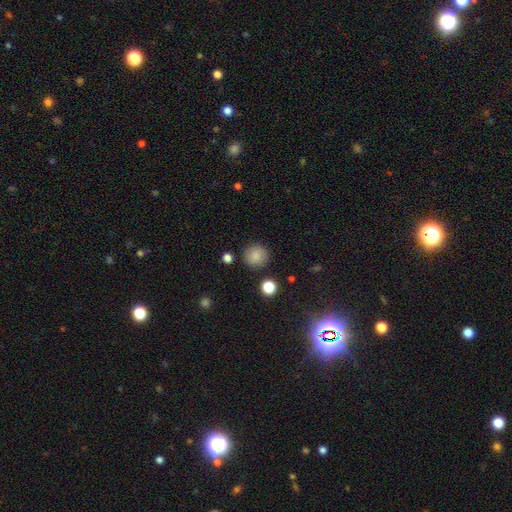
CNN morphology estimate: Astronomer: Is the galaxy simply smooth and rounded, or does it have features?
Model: smooth — 84%.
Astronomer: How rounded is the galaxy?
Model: round — 93%.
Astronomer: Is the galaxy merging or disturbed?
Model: none — 88%.